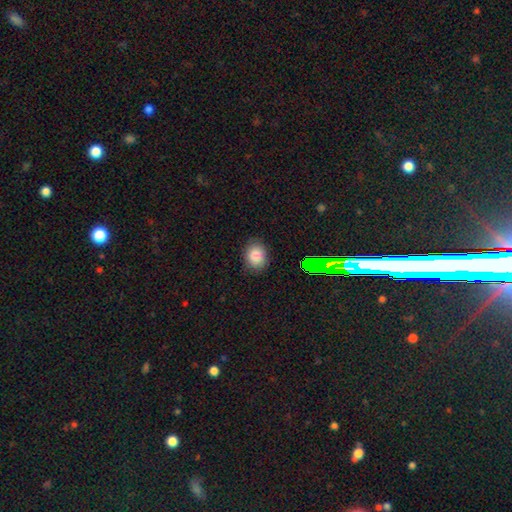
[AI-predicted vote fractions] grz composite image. It shows a smooth galaxy with no disk features (85%) that is in between round and cigar-shaped (50%). Merging: none (83%).